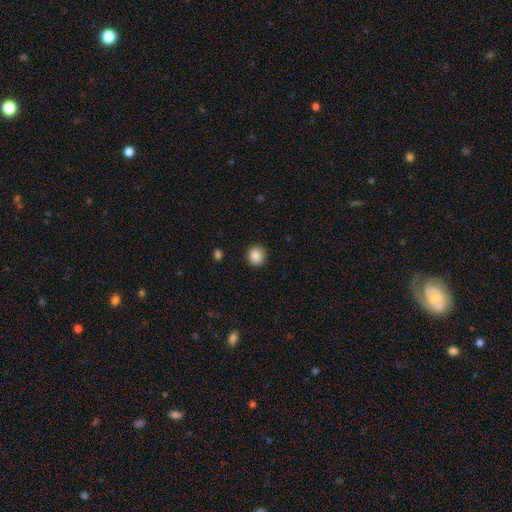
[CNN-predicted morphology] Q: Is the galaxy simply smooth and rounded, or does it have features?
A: smooth — 88%.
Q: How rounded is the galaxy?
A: round — 88%.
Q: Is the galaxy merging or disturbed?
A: none — 91%.